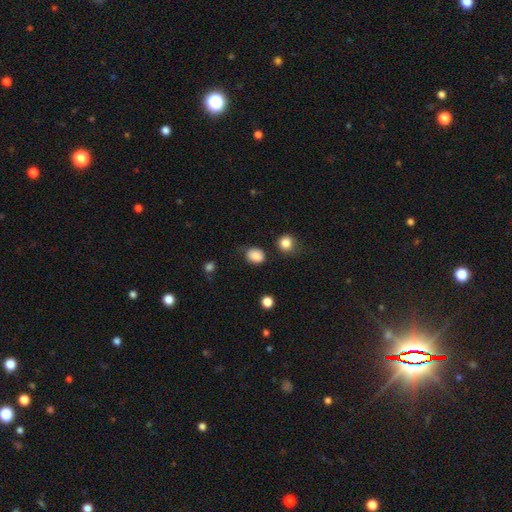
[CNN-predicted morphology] A smooth galaxy with no disk features (85%) that is round (51%). Merging: none (70%).